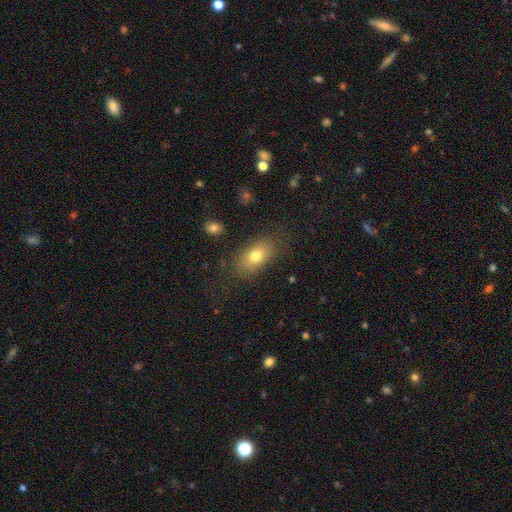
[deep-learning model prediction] smooth 74%, featured or disk 16%, star or artifact 10%. Down the decision tree: how rounded — in between (87%); merging — none (77%).